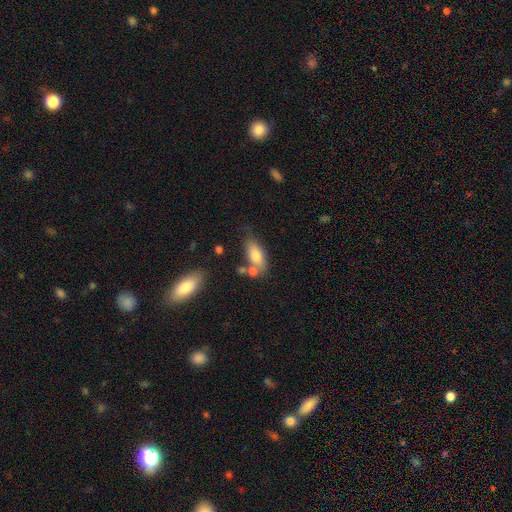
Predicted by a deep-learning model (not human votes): Q: Smooth or featured?
A: smooth (77%); runner-up: featured or disk (16%)
Q: How rounded?
A: in between (82%); runner-up: cigar-shaped (14%)
Q: Merging?
A: none (54%); runner-up: merger (21%)